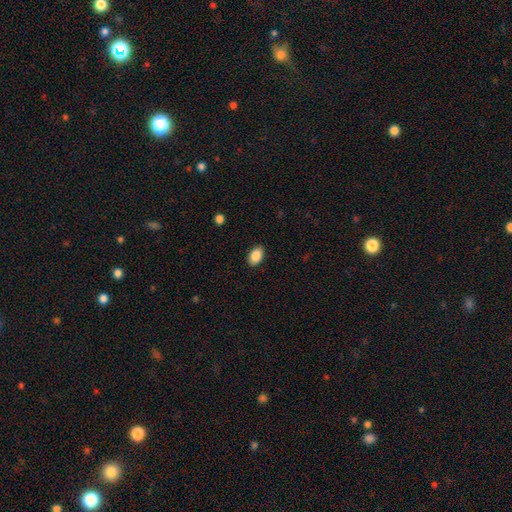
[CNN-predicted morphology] smooth_or_featured: smooth (p=0.89) [alt: star or artifact p=0.07]
how_rounded: in between (p=0.90) [alt: round p=0.08]
merging: none (p=0.89) [alt: minor disturbance p=0.08]